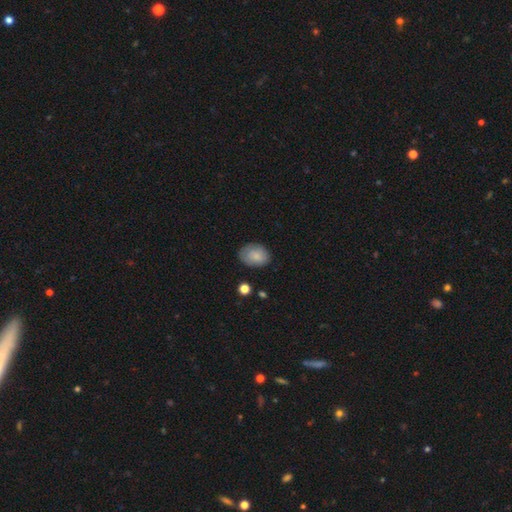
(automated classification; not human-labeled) smooth 83%, featured or disk 10%, star or artifact 7%. Down the decision tree: how rounded — in between (75%); merging — none (75%).